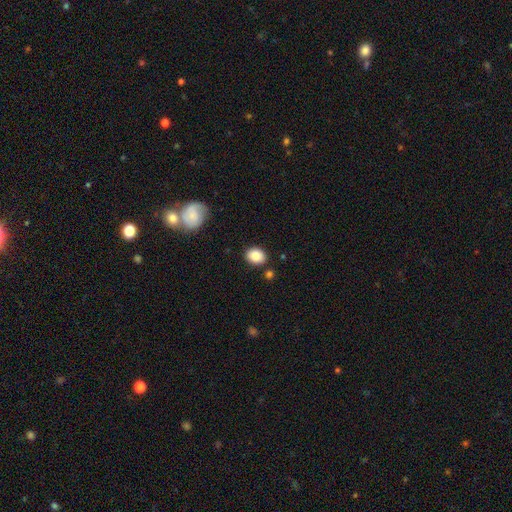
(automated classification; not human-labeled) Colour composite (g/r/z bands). It shows a smooth galaxy with no disk features (85%) that is in between round and cigar-shaped (57%). Merging: none (85%).